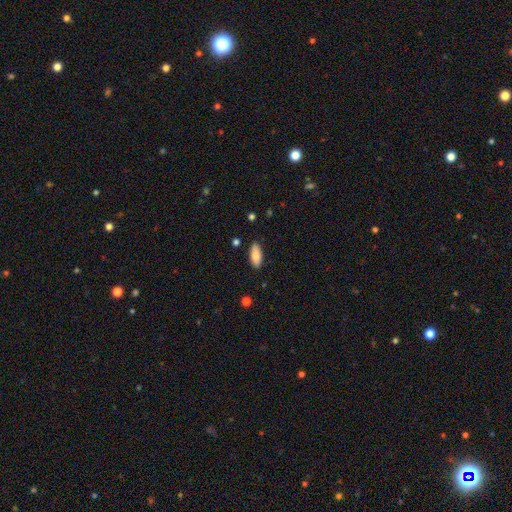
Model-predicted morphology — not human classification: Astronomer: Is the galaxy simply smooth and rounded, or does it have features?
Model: smooth — 82%.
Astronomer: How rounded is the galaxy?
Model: in between — 84%.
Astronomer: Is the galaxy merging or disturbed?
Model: none — 87%.